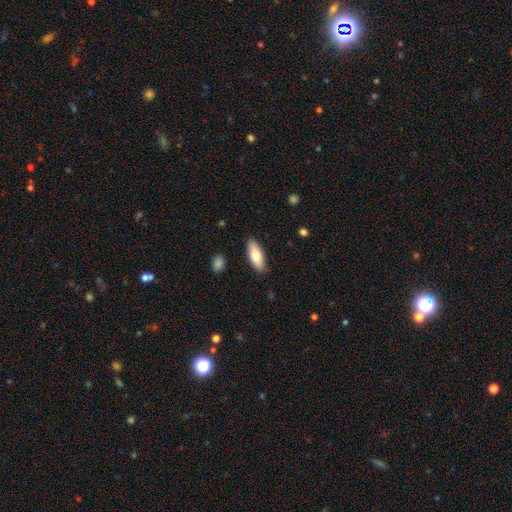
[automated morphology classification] smooth-or-featured: smooth: 79% | featured or disk: 15% | star or artifact: 6%
  how-rounded: in between: 72% | cigar-shaped: 26% | round: 2%
  merging: none: 87% | minor disturbance: 10% | major disturbance: 2% | merger: 1%